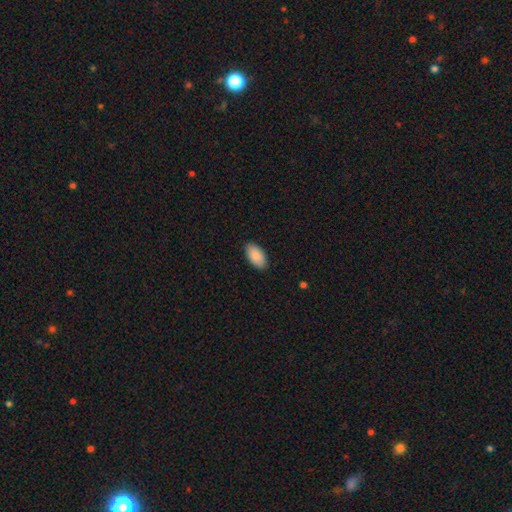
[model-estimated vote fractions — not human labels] Q: Smooth or featured?
A: smooth (89%); runner-up: star or artifact (6%)
Q: How rounded?
A: in between (95%); runner-up: cigar-shaped (2%)
Q: Merging?
A: none (89%); runner-up: minor disturbance (8%)